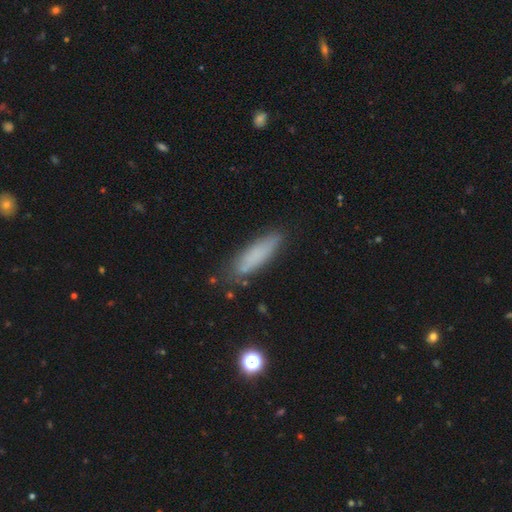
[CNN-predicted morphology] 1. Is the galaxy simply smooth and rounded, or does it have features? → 76% smooth, 15% featured or disk, 9% star or artifact.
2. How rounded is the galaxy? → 63% cigar-shaped, 35% in between, 2% round.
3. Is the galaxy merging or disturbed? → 76% none, 17% minor disturbance, 4% major disturbance, 2% merger.